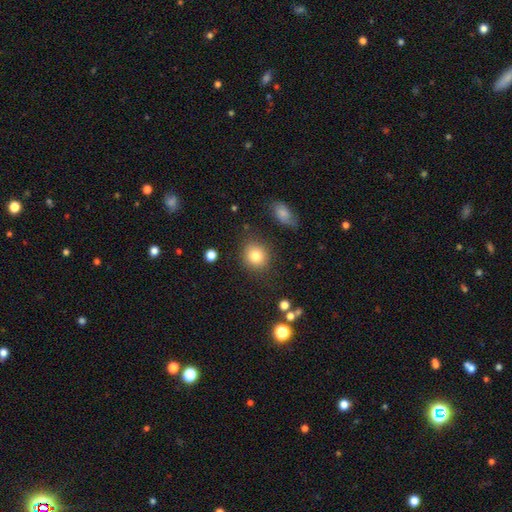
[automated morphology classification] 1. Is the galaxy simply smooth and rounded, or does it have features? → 82% smooth, 10% star or artifact, 8% featured or disk.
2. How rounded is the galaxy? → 84% round, 15% in between, 1% cigar-shaped.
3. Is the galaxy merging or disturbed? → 85% none, 9% minor disturbance, 3% major disturbance, 3% merger.